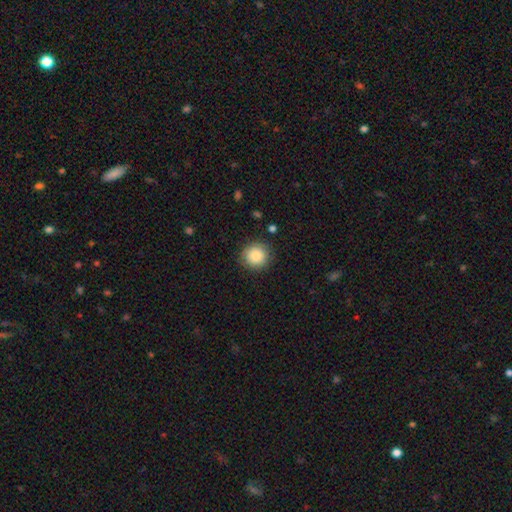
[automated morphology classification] Smooth or featured?
  - smooth: 86% *
  - star or artifact: 8%
  - featured or disk: 5%
How rounded?
  - round: 91% *
  - in between: 8%
  - cigar-shaped: 1%
Merging?
  - none: 86% *
  - minor disturbance: 10%
  - major disturbance: 3%
  - merger: 1%